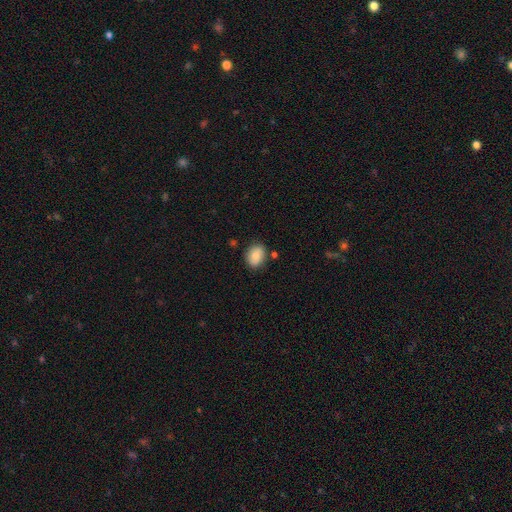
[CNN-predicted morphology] Smooth or featured?
  - smooth: 84% *
  - featured or disk: 9%
  - star or artifact: 8%
How rounded?
  - in between: 66% *
  - round: 33%
  - cigar-shaped: 1%
Merging?
  - none: 82% *
  - minor disturbance: 12%
  - merger: 4%
  - major disturbance: 3%